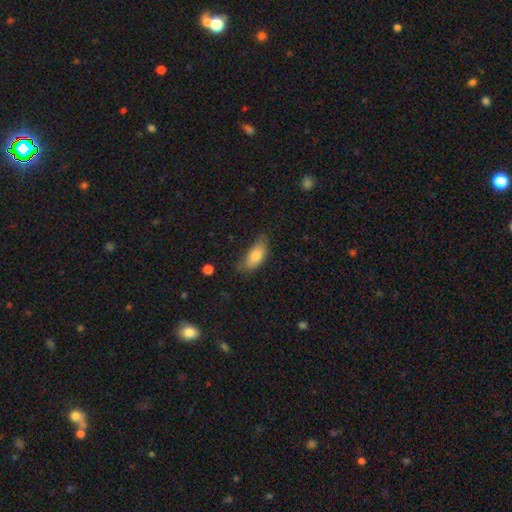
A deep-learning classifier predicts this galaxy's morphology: A smooth galaxy with no disk features (81%) that is in between round and cigar-shaped (84%).

Vote fractions:
- Smooth or featured? smooth: 81% / featured or disk: 13% / star or artifact: 7%
- How rounded? in between: 84% / cigar-shaped: 13% / round: 3%
- Merging? none: 68% / minor disturbance: 25% / major disturbance: 5% / merger: 2%